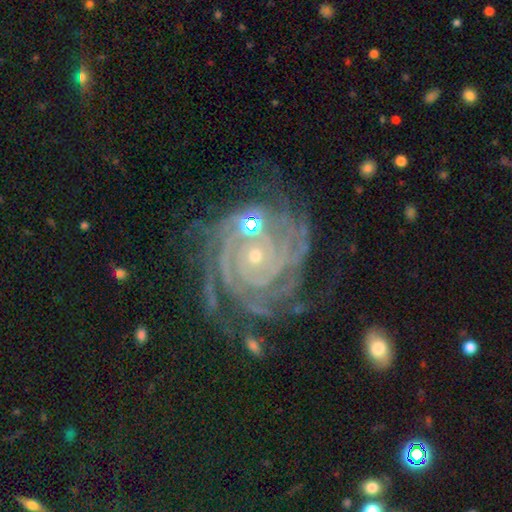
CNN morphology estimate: The model was most divided on "spiral arm count": 4: 28%, 3: 21%, can't tell: 16%, more than 4: 16%, 2: 13%, 1: 7%. More confident: spiral arms — yes (98%); edge-on disk — no (98%); smooth or featured — featured or disk (91%); spiral winding — tight (85%); bar — no (76%); bulge size — small (74%); merging — none (62%).